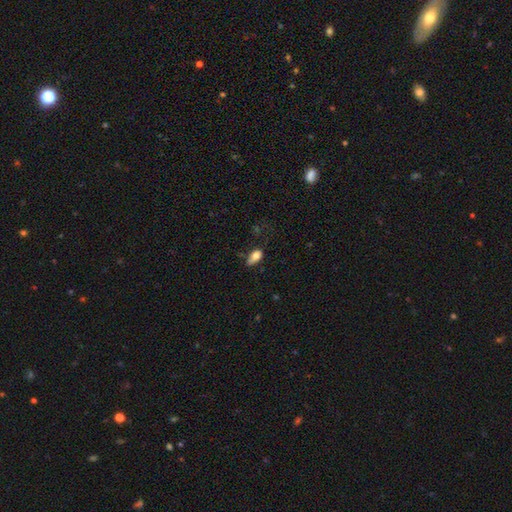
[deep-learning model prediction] smooth 79%, featured or disk 13%, star or artifact 8%. Down the decision tree: how rounded — in between (88%); merging — none (44%).